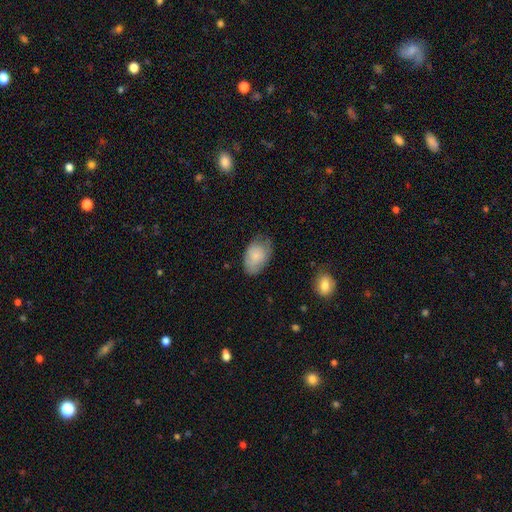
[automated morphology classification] Smooth or featured? Predicted: smooth (p=0.77). How rounded? Predicted: in between (p=0.88). Merging? Predicted: none (p=0.61).